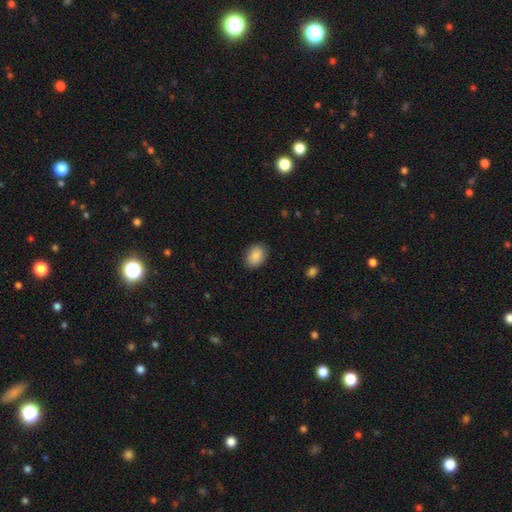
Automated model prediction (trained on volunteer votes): Smooth or featured? Predicted: smooth (p=0.89). How rounded? Predicted: in between (p=0.73). Merging? Predicted: none (p=0.87).